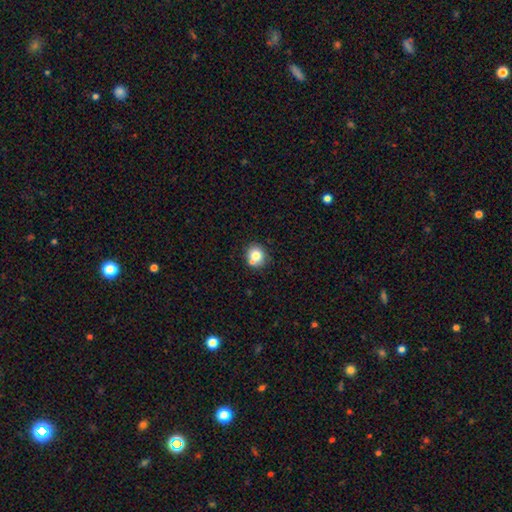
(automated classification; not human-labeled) Smooth or featured? Predicted: smooth (p=0.76). How rounded? Predicted: round (p=0.84). Merging? Predicted: none (p=0.64).